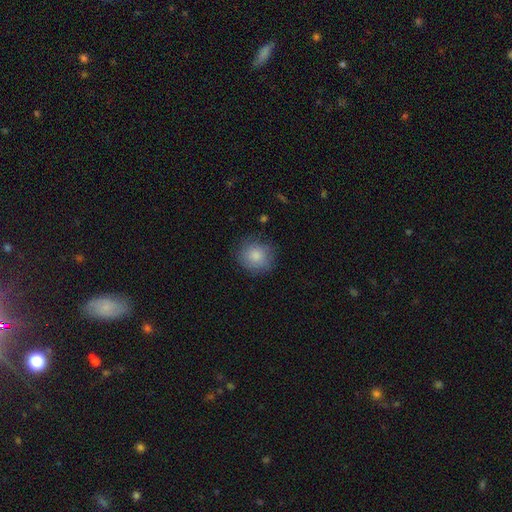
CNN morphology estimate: smooth 84%, featured or disk 9%, star or artifact 7%. Down the decision tree: how rounded — round (85%); merging — none (79%).